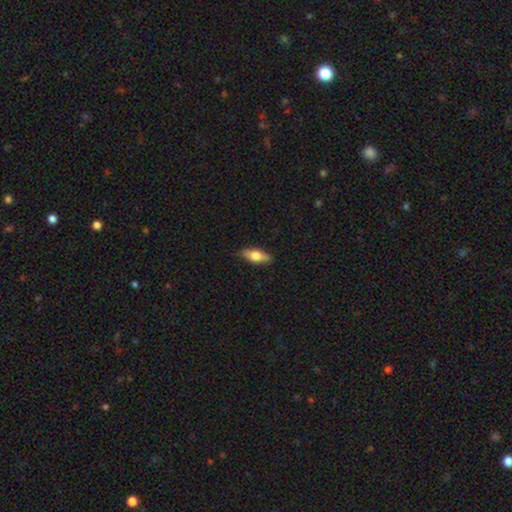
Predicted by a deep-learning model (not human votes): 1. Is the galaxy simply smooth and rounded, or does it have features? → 63% smooth, 31% featured or disk, 6% star or artifact.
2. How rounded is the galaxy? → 70% in between, 27% cigar-shaped, 3% round.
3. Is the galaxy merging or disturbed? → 83% none, 13% minor disturbance, 2% major disturbance, 1% merger.